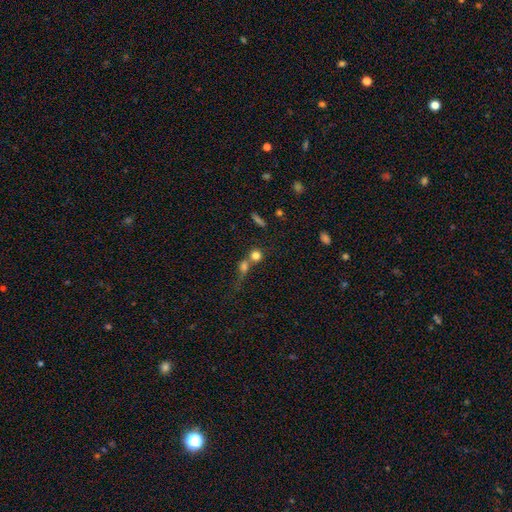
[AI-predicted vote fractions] A smooth galaxy with no disk features (76%) that is round (84%). Merging: merger (53%).